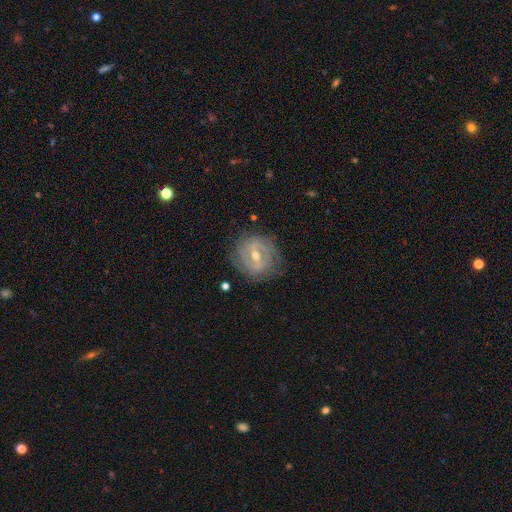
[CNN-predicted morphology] Smooth or featured: featured or disk — 81% (smooth — 11%)
Edge-on disk: no — 95% (yes — 5%)
Bar: weak — 44% (strong — 41%)
Spiral arms: yes — 86% (no — 14%)
Spiral winding: tight — 58% (medium — 31%)
Spiral arm count: 2 — 51% (can't tell — 28%)
Bulge size: moderate — 56% (small — 41%)
Merging: none — 79% (minor disturbance — 14%)